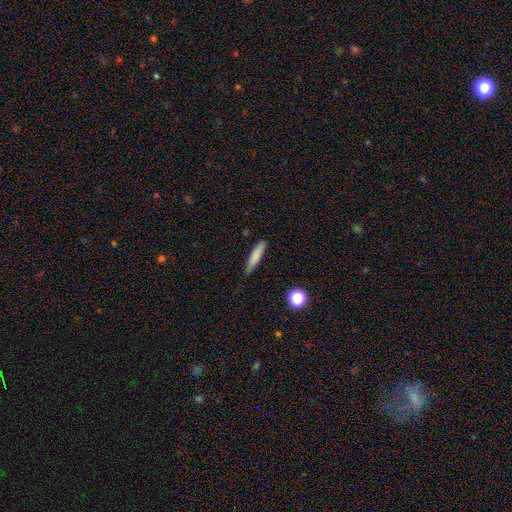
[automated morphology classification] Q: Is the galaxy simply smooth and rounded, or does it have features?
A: smooth — 79%.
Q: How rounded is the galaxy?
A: cigar-shaped — 85%.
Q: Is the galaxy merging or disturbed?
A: none — 80%.